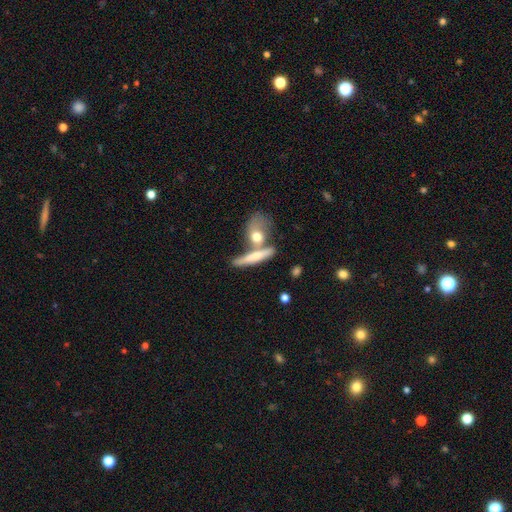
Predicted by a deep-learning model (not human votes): Q: Smooth or featured?
A: smooth (56%); runner-up: featured or disk (38%)
Q: How rounded?
A: cigar-shaped (65%); runner-up: in between (24%)
Q: Merging?
A: none (44%); runner-up: merger (37%)